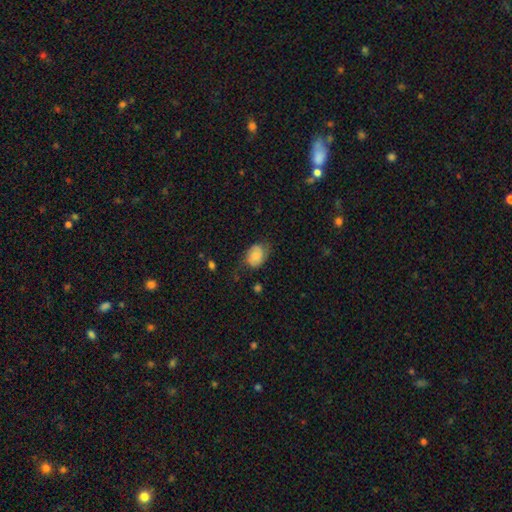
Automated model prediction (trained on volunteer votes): smooth 64%, featured or disk 28%, star or artifact 8%. Down the decision tree: how rounded — in between (75%); merging — none (58%).